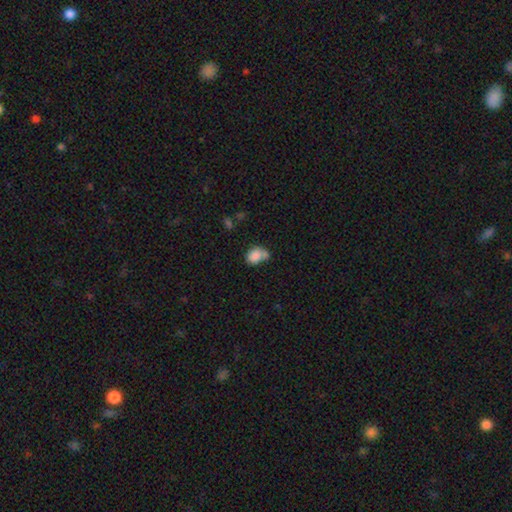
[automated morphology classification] The model was most divided on "merging": merger: 39%, none: 35%, minor disturbance: 17%, major disturbance: 8%. More confident: smooth or featured — smooth (82%); how rounded — in between (59%).